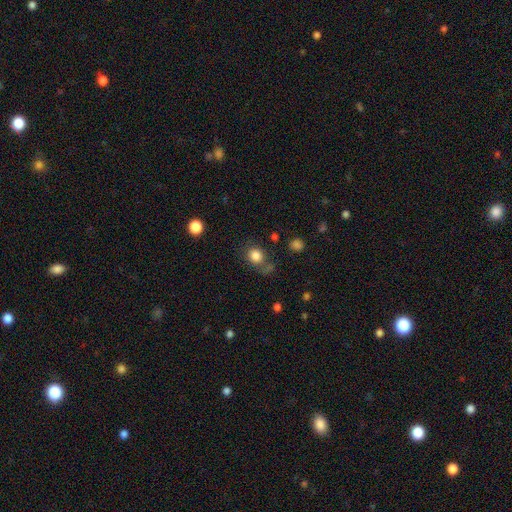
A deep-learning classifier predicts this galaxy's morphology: Smooth or featured: smooth — 82% (star or artifact — 11%)
How rounded: round — 76% (in between — 23%)
Merging: none — 67% (minor disturbance — 16%)